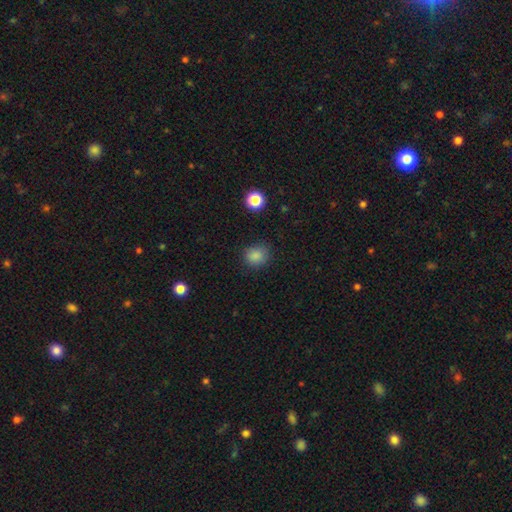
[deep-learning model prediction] The model was most divided on "how rounded": round: 75%, in between: 24%, cigar-shaped: 1%. More confident: smooth or featured — smooth (84%); merging — none (82%).